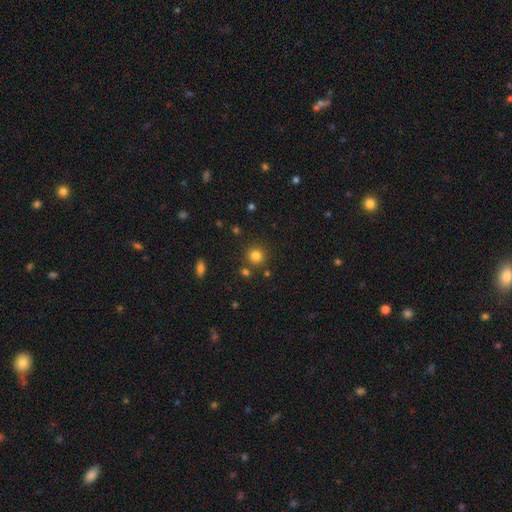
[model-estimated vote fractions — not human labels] This is clearly a smooth galaxy (81%). How rounded: clearly round (93%). Merging: clearly none (84%).